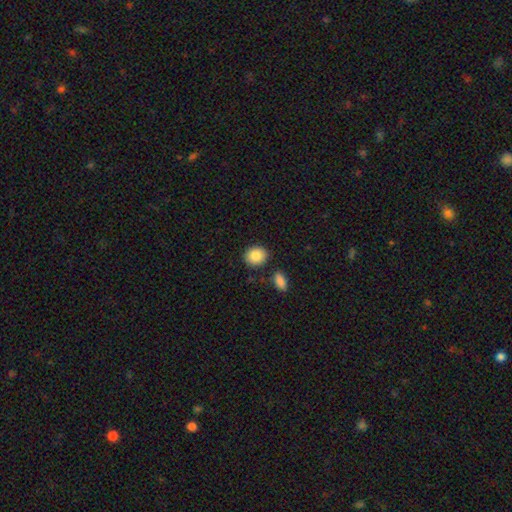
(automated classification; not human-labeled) A smooth galaxy with no disk features (87%) that is round (65%).

Vote fractions:
- Smooth or featured? smooth: 87% / star or artifact: 7% / featured or disk: 6%
- How rounded? round: 65% / in between: 33% / cigar-shaped: 1%
- Merging? none: 85% / minor disturbance: 8% / merger: 4% / major disturbance: 2%